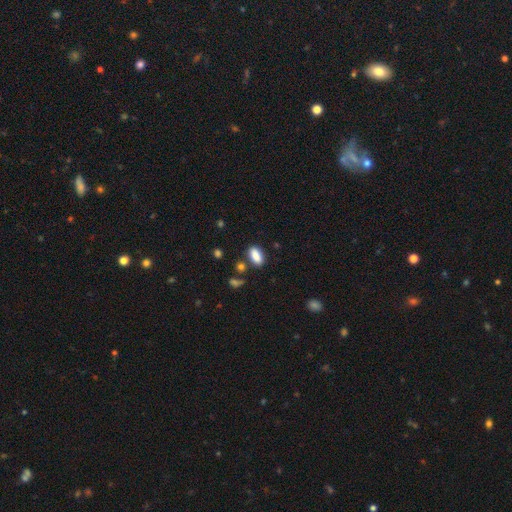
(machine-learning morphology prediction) Smooth or featured? smooth (87%)
How rounded? in between (89%)
Merging? none (80%)